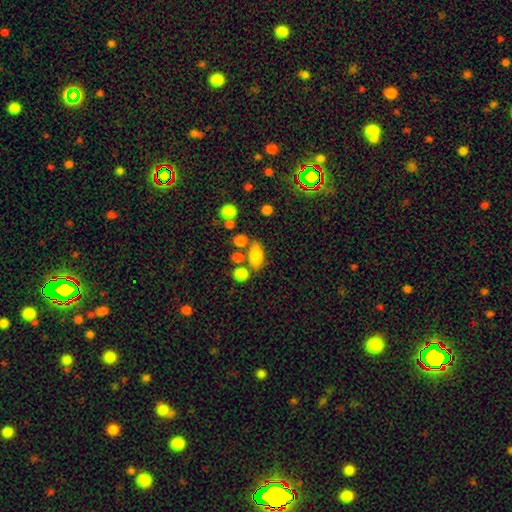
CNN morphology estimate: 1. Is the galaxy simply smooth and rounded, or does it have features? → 78% smooth, 11% featured or disk, 10% star or artifact.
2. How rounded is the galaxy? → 85% in between, 11% round, 4% cigar-shaped.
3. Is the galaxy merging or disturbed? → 61% none, 17% merger, 15% minor disturbance, 6% major disturbance.